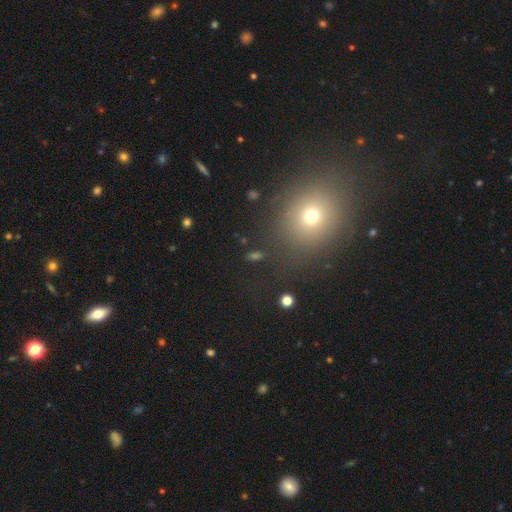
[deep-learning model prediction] This is possibly a smooth galaxy (51%). How rounded: likely round (63%). Merging: likely none (79%).